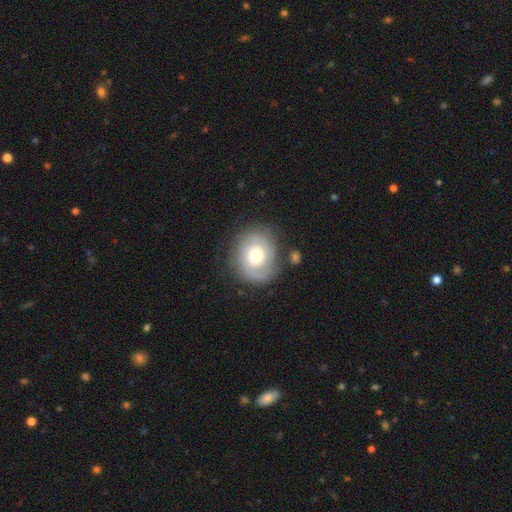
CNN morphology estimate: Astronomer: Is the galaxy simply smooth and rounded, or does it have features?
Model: featured or disk — 67%.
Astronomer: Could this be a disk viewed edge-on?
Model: no — 97%.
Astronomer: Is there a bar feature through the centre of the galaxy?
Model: no — 76%.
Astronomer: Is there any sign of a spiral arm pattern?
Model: yes — 86%.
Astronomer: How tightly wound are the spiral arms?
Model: tight — 62%.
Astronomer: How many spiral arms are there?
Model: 2 — 50%.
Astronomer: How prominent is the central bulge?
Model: moderate — 68%.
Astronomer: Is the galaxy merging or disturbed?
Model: none — 75%.